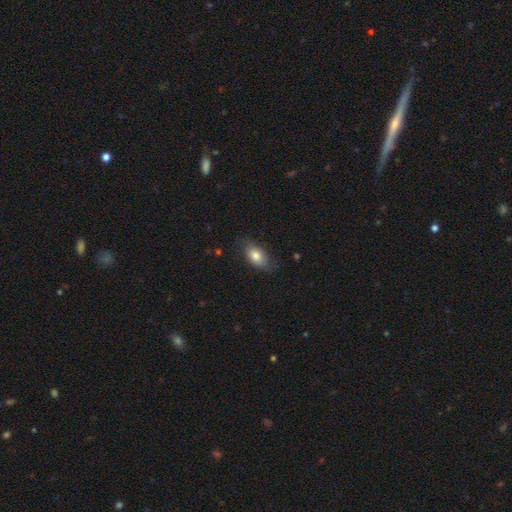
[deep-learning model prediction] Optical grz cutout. It shows a smooth galaxy with no disk features (78%) that is in between round and cigar-shaped (89%). Merging: none (74%).